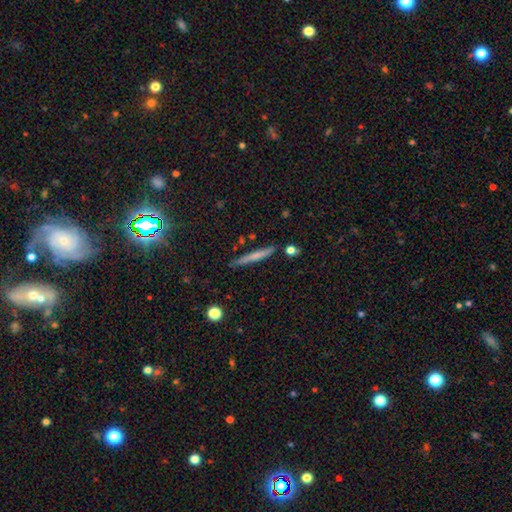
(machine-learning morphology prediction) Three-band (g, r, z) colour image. It shows a smooth galaxy with no disk features (56%) that is cigar-shaped (95%). Merging: none (85%).